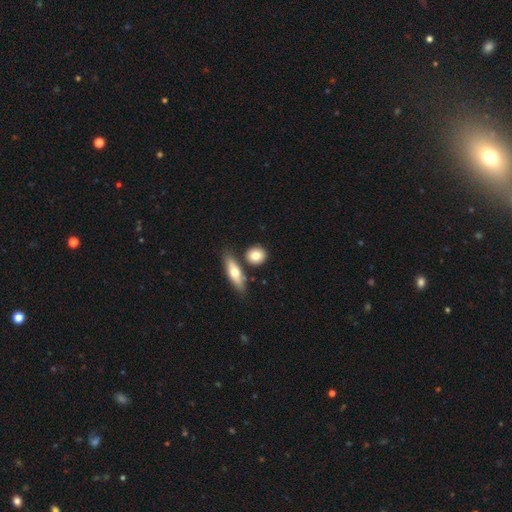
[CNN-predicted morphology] type=smooth (77%); roundness=round (68%); merging=none (74%).